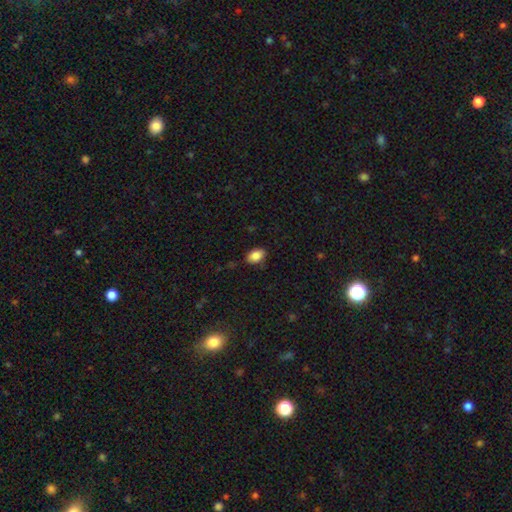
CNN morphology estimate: Smooth or featured? smooth (86%)
How rounded? in between (87%)
Merging? none (82%)